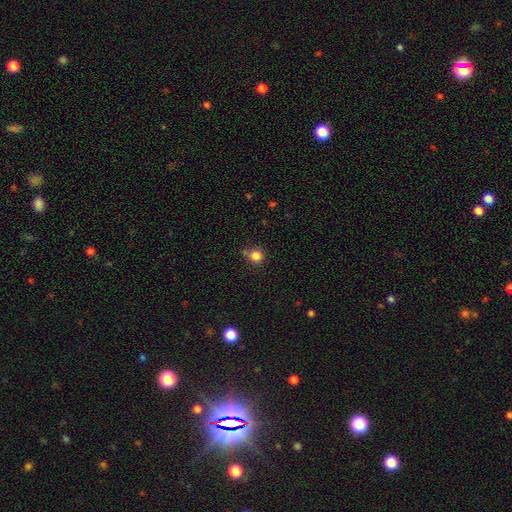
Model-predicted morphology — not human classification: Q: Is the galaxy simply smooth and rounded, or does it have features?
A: smooth — 83%.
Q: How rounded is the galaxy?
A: round — 90%.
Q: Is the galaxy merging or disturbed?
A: none — 73%.